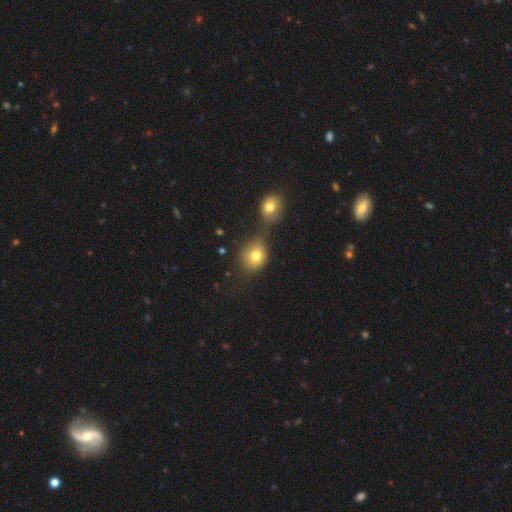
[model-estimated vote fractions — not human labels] smooth 78%, star or artifact 12%, featured or disk 10%. Down the decision tree: how rounded — round (71%); merging — merger (43%).